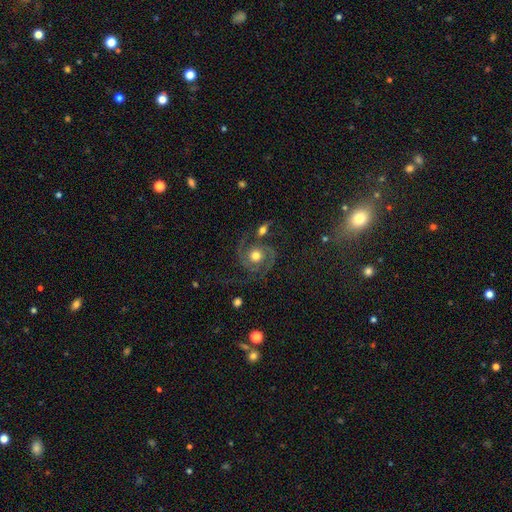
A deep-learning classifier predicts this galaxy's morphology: type=featured or disk (84%); edge-on=no (98%); bar=no (80%); spiral arms=yes (96%); winding=medium (50%); arm count=2 (89%); bulge=moderate (73%); merging=none (62%).